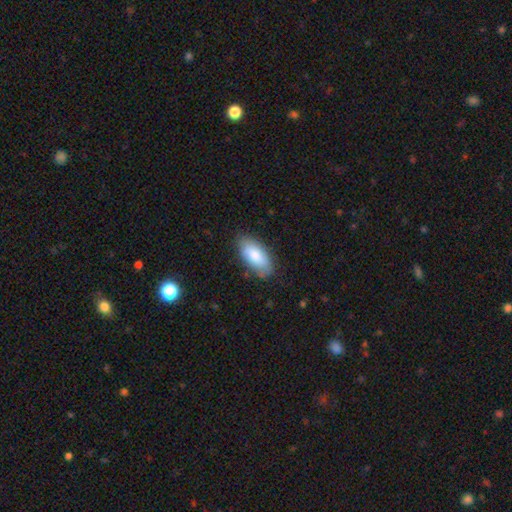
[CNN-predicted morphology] type=smooth (83%); roundness=in between (91%); merging=none (81%).